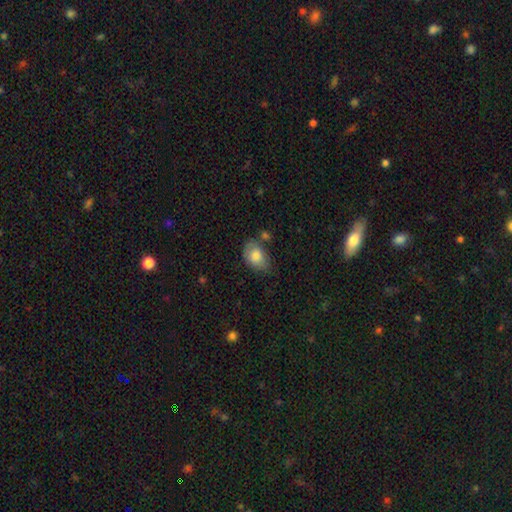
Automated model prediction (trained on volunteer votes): Smooth or featured? smooth (79%)
How rounded? in between (84%)
Merging? none (53%)